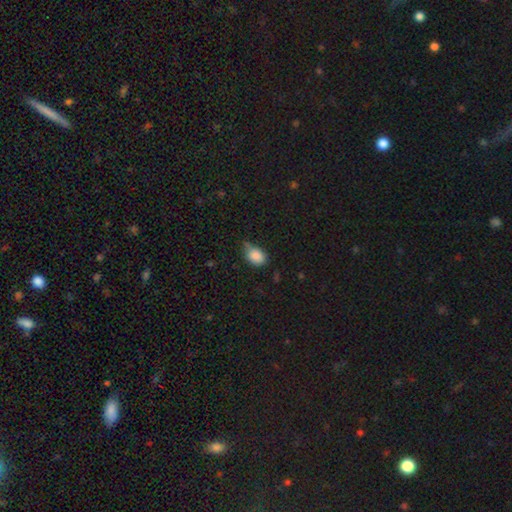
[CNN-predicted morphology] This is clearly a smooth galaxy (86%). How rounded: likely in between (73%). Merging: marginally minor disturbance (44%).